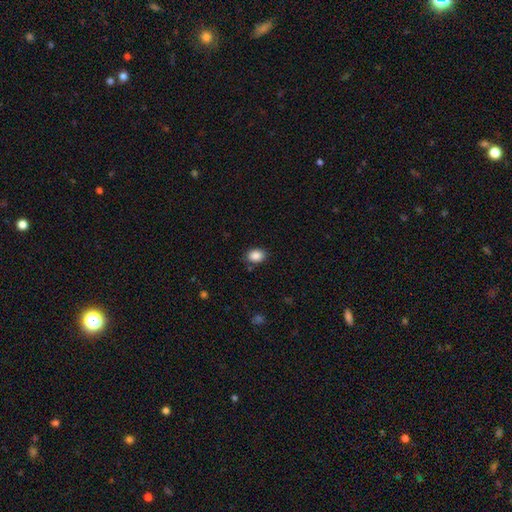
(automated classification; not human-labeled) A smooth galaxy with no disk features (87%) that is in between round and cigar-shaped (59%). Merging: none (83%).